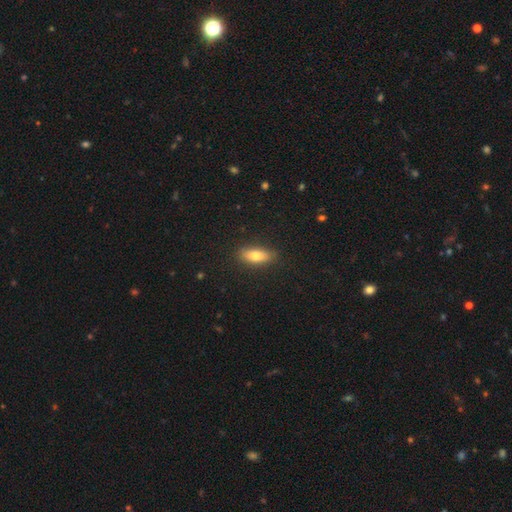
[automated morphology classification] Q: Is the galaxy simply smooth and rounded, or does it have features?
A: smooth — 75%.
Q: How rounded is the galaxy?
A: in between — 73%.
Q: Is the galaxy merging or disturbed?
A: none — 85%.